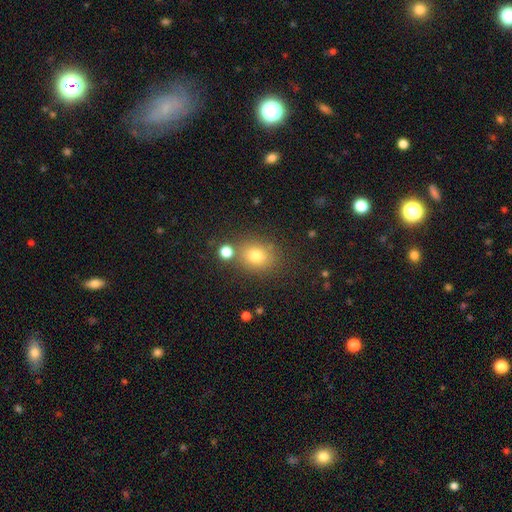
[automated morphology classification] type=smooth (77%); roundness=round (64%); merging=none (73%).